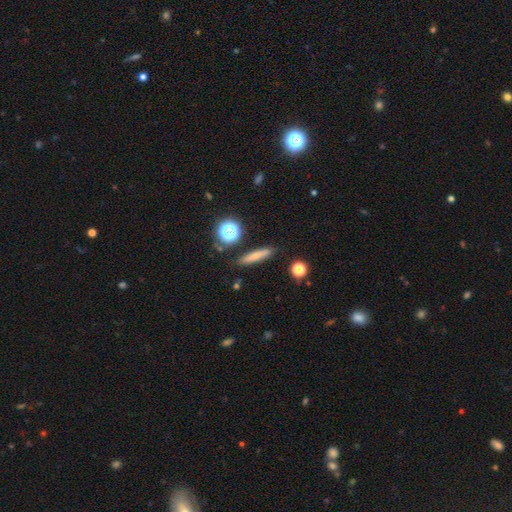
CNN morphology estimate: Overall: smooth (68%). How rounded: cigar-shaped (80%). Merging: none (85%).